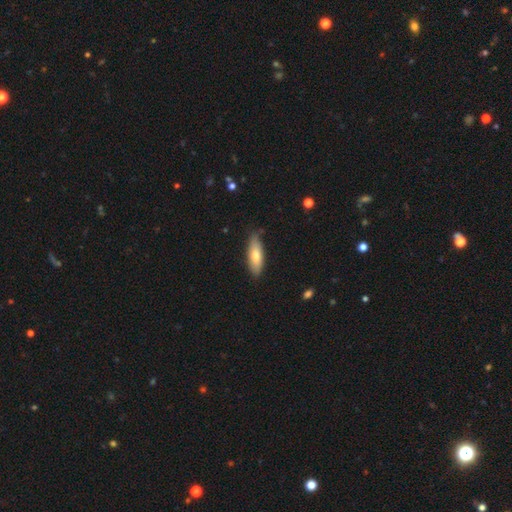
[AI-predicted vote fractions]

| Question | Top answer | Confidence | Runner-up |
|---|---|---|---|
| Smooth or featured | smooth | 74% | featured or disk (21%) |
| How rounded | in between | 57% | cigar-shaped (41%) |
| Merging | none | 80% | minor disturbance (16%) |